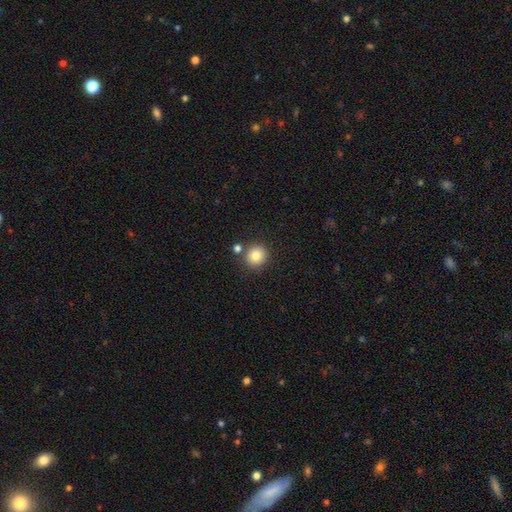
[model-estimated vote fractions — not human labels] smooth-or-featured: smooth: 83% | star or artifact: 11% | featured or disk: 7%
  how-rounded: round: 90% | in between: 9% | cigar-shaped: 1%
  merging: none: 80% | merger: 10% | minor disturbance: 8% | major disturbance: 2%